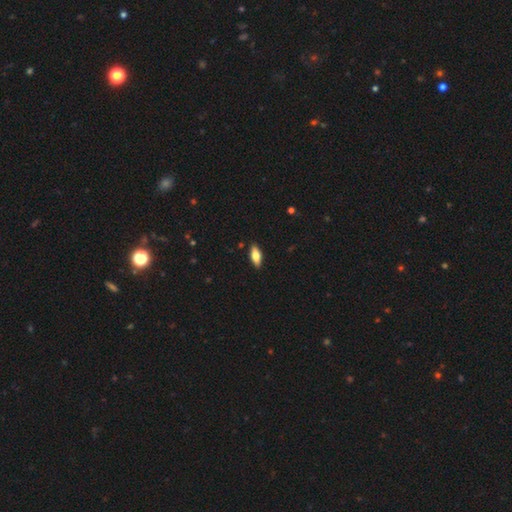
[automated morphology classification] Q: Smooth or featured?
A: smooth (70%); runner-up: featured or disk (24%)
Q: How rounded?
A: in between (76%); runner-up: cigar-shaped (21%)
Q: Merging?
A: none (89%); runner-up: minor disturbance (8%)